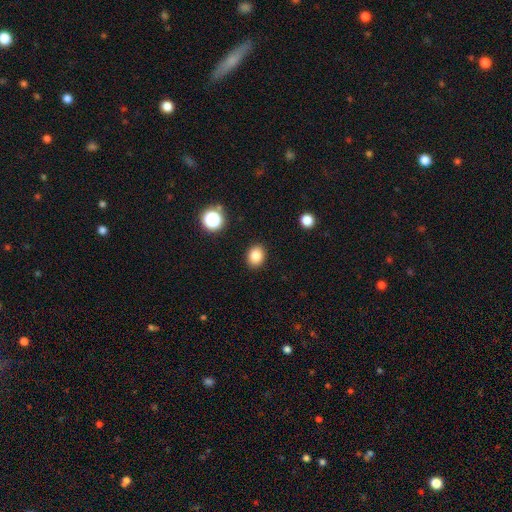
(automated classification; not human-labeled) A smooth galaxy with no disk features (84%) that is in between round and cigar-shaped (54%).

Vote fractions:
- Smooth or featured? smooth: 84% / star or artifact: 11% / featured or disk: 5%
- How rounded? in between: 54% / round: 45% / cigar-shaped: 1%
- Merging? none: 89% / minor disturbance: 7% / major disturbance: 2% / merger: 1%